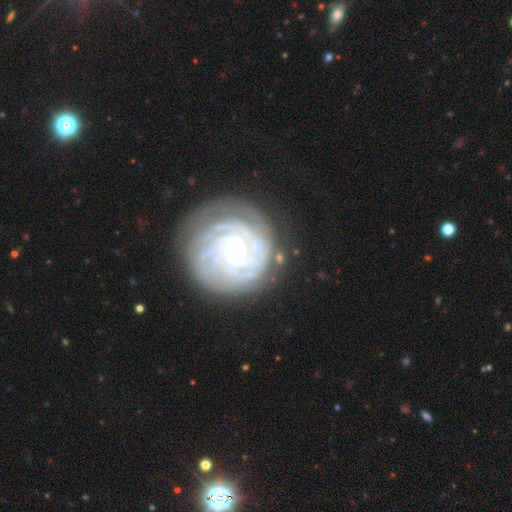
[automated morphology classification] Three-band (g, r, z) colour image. It shows a featured or disk galaxy (86%) with no bar (76%), tight (83%) spiral arms (96%) and a small central bulge (64%). Merging: none (76%).